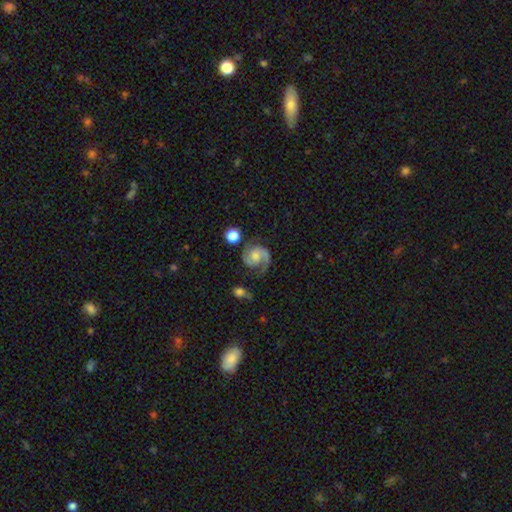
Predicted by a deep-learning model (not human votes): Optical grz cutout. It shows a featured or disk galaxy (83%) with no bar (66%), 2 (78%) medium (47%) spiral arms (97%) and a moderate central bulge (48%). Merging: none (67%).